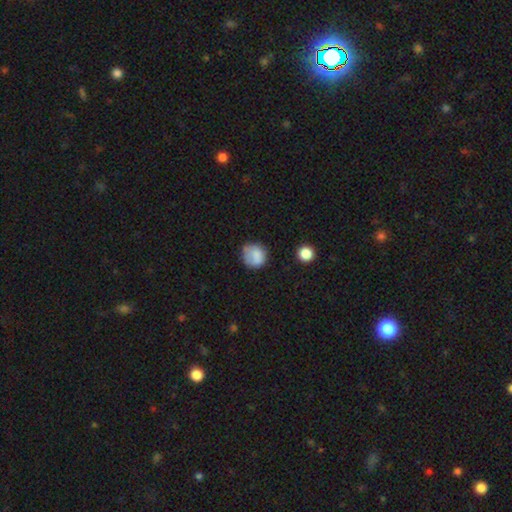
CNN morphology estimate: Q: Smooth or featured?
A: smooth (80%); runner-up: featured or disk (11%)
Q: How rounded?
A: round (83%); runner-up: in between (16%)
Q: Merging?
A: none (62%); runner-up: minor disturbance (26%)